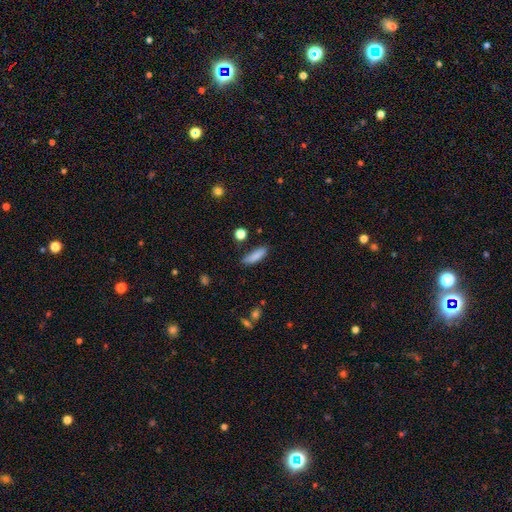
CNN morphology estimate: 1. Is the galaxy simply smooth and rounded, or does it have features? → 84% smooth, 8% featured or disk, 8% star or artifact.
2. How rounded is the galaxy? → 56% cigar-shaped, 42% in between, 2% round.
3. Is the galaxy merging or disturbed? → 74% none, 19% minor disturbance, 4% major disturbance, 3% merger.